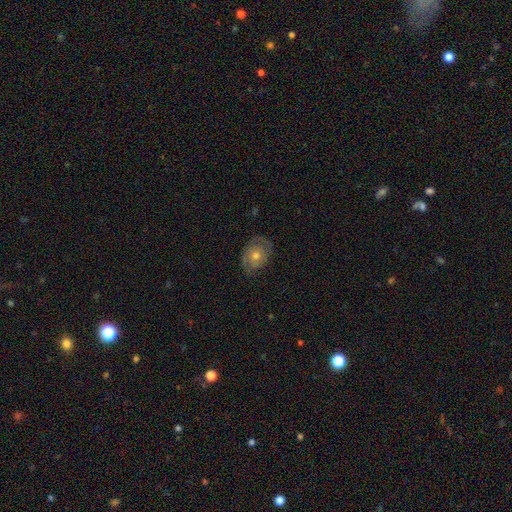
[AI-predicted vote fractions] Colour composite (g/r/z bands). It shows a featured or disk galaxy (71%) with no bar (83%), 2 (70%) tight (59%) spiral arms (86%) and a moderate central bulge (59%). Merging: none (77%).